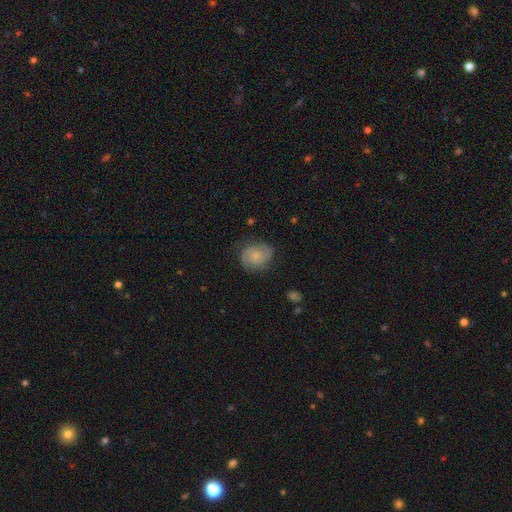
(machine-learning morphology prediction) Smooth or featured?
  - featured or disk: 69% *
  - smooth: 24%
  - star or artifact: 7%
Edge-on disk?
  - no: 98% *
  - yes: 2%
Bar?
  - no: 75% *
  - weak: 22%
  - strong: 3%
Spiral arms?
  - yes: 94% *
  - no: 6%
Spiral winding?
  - tight: 48% *
  - medium: 40%
  - loose: 12%
Spiral arm count?
  - 2: 77% *
  - can't tell: 10%
  - 3: 7%
  - 1: 2%
  - 4: 2%
  - more than 4: 2%
Bulge size?
  - small: 65% *
  - moderate: 19%
  - none: 13%
  - large: 2%
  - dominant: 1%
Merging?
  - none: 76% *
  - minor disturbance: 17%
  - major disturbance: 6%
  - merger: 1%